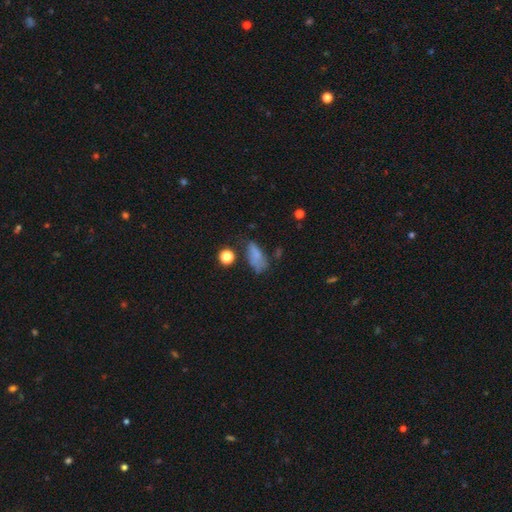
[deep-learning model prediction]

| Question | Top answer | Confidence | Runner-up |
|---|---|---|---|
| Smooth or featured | smooth | 71% | featured or disk (15%) |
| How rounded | in between | 79% | cigar-shaped (14%) |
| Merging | none | 42% | minor disturbance (31%) |